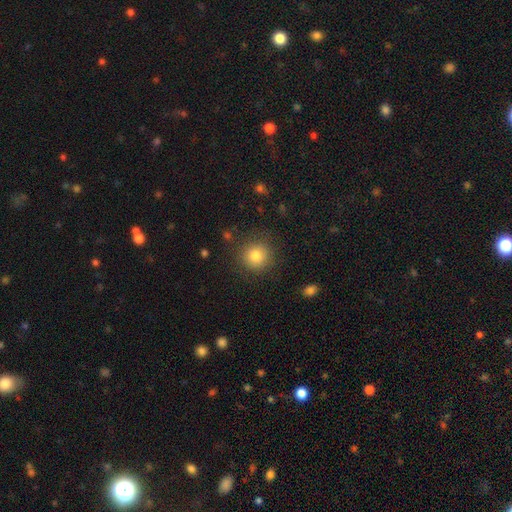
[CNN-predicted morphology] The model was most divided on "smooth or featured": smooth: 81%, star or artifact: 11%, featured or disk: 8%. More confident: how rounded — round (93%); merging — none (86%).